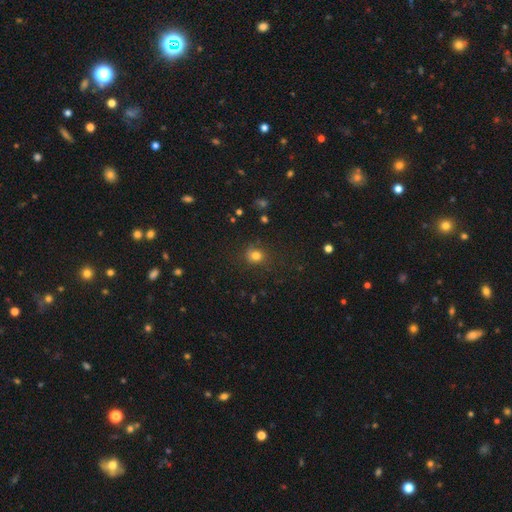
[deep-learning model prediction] Smooth or featured?
  - smooth: 78% *
  - star or artifact: 14%
  - featured or disk: 7%
How rounded?
  - round: 78% *
  - in between: 21%
  - cigar-shaped: 1%
Merging?
  - none: 76% *
  - minor disturbance: 16%
  - major disturbance: 6%
  - merger: 2%